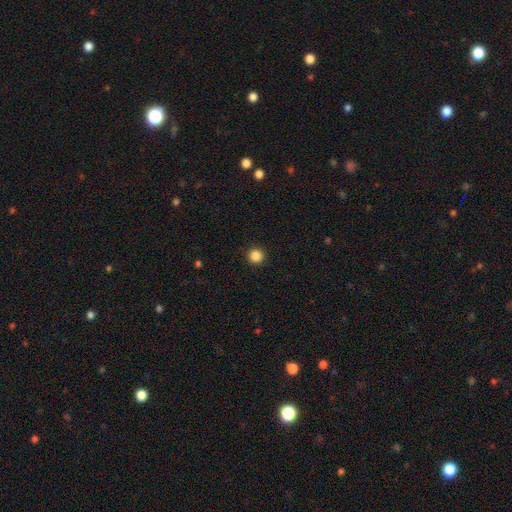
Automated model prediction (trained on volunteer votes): smooth-or-featured: smooth: 86% | star or artifact: 11% | featured or disk: 3%
  how-rounded: round: 96% | in between: 3% | cigar-shaped: 1%
  merging: none: 93% | minor disturbance: 5% | major disturbance: 2% | merger: 1%